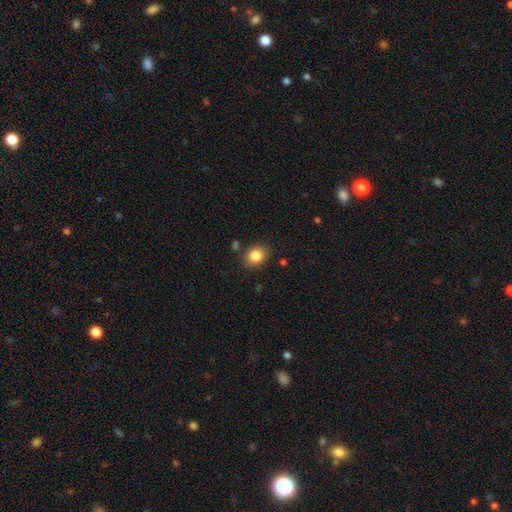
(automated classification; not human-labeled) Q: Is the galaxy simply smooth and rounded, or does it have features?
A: smooth — 85%.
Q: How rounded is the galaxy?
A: round — 50%.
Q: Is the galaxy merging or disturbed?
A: none — 82%.